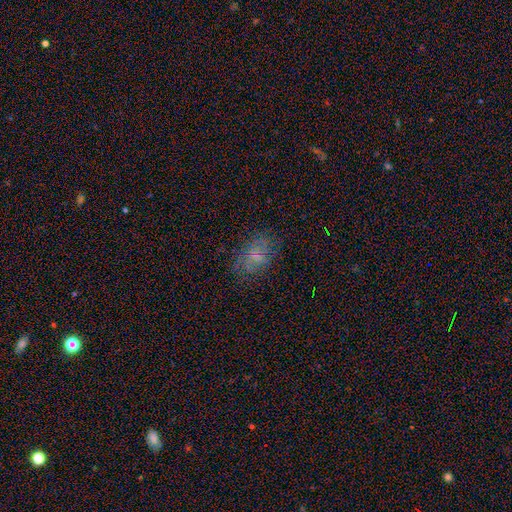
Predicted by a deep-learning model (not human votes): smooth 48%, featured or disk 36%, star or artifact 16%. Down the decision tree: merging — none (68%).